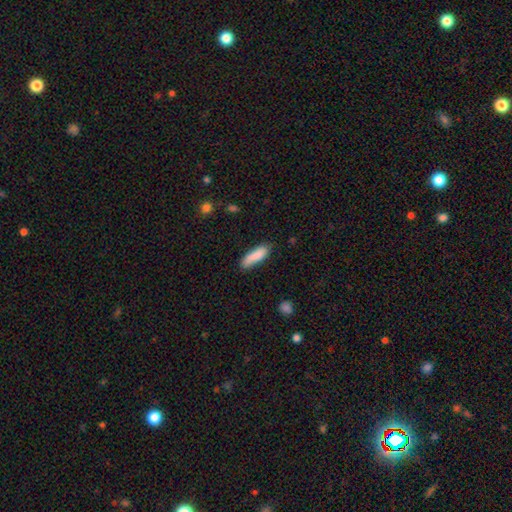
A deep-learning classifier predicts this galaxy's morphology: Smooth or featured? smooth (85%)
How rounded? cigar-shaped (56%)
Merging? none (71%)